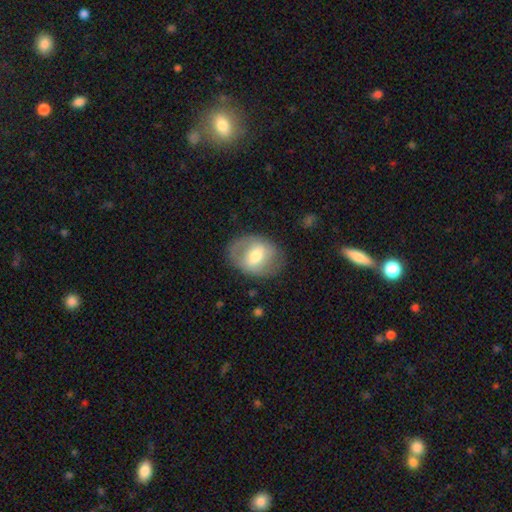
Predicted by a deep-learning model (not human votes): Morphology: type=featured or disk (50%); edge-on=no (94%); merging=none (72%).